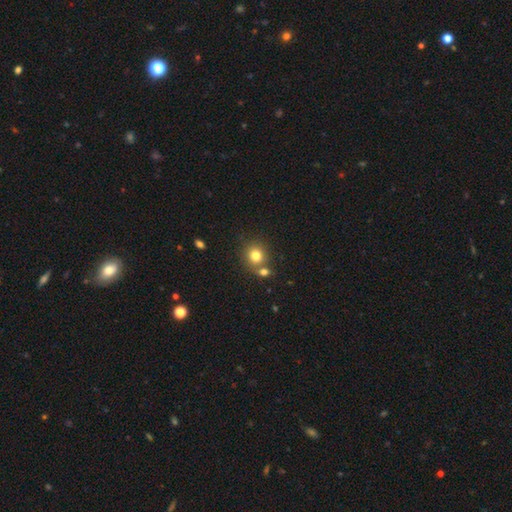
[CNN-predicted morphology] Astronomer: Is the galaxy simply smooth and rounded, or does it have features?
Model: smooth — 79%.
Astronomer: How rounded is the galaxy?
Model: round — 83%.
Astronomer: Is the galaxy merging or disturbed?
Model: none — 63%.